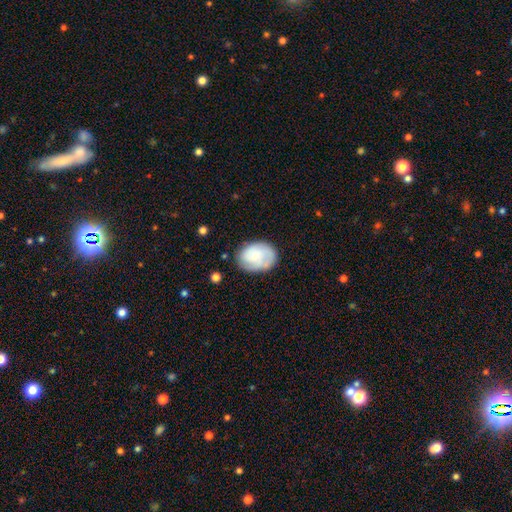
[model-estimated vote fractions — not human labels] A smooth galaxy with no disk features (60%) that is in between round and cigar-shaped (70%). Merging: none (68%).